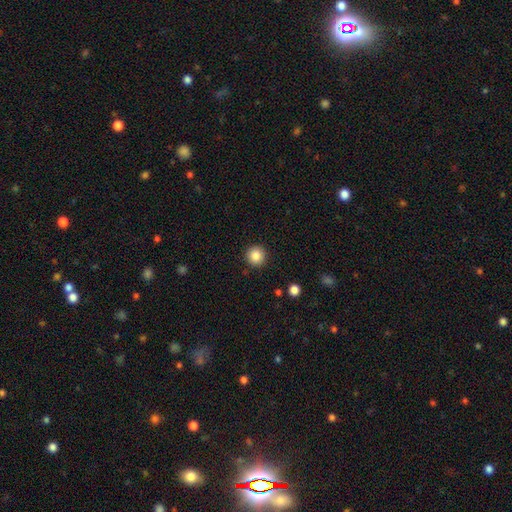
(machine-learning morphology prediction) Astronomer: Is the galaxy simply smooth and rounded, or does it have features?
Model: smooth — 85%.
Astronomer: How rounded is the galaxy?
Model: round — 95%.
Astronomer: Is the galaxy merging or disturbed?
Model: none — 92%.